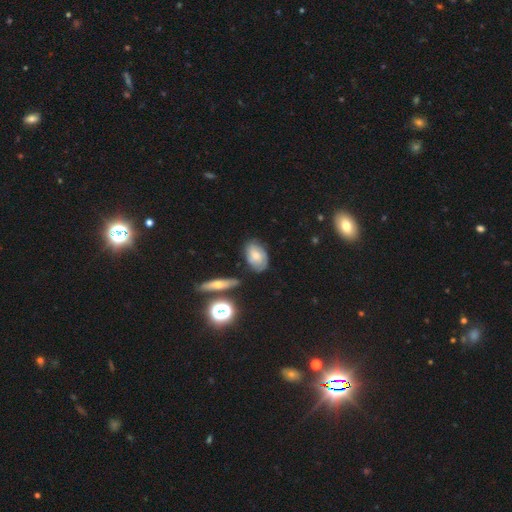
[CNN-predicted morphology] type=smooth (49%); merging=none (67%).